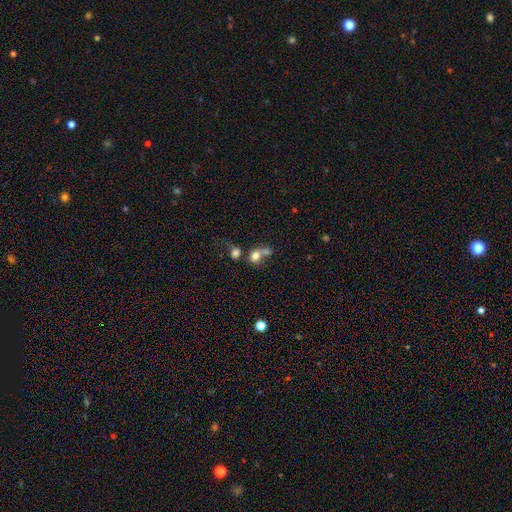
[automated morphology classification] This appears to be a smooth galaxy with no disk features (71%) that is round (58%). Merging: merger (58%).